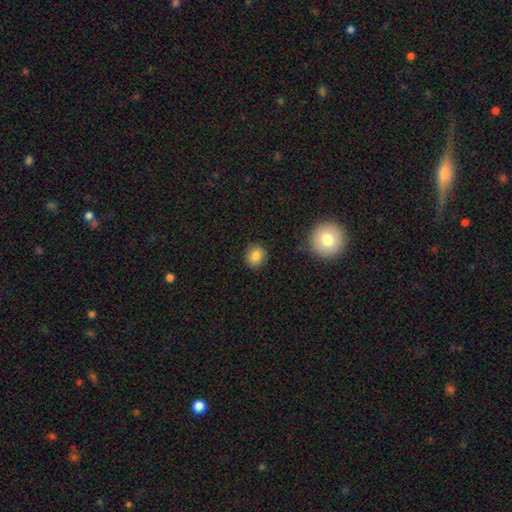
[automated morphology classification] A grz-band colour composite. It shows a smooth galaxy with no disk features (84%) that is round (77%). Merging: none (87%).